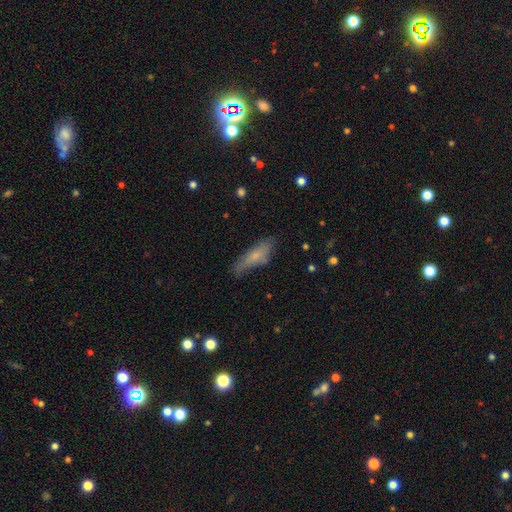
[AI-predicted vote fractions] This appears to be a smooth galaxy with no disk features (67%) that is cigar-shaped (56%). Merging: none (57%).